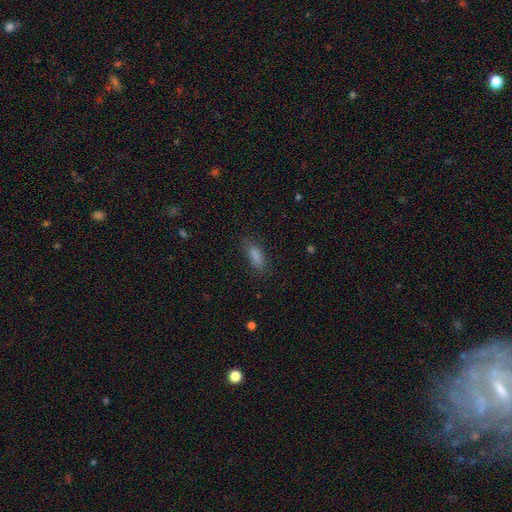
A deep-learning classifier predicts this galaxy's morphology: type=smooth (86%); roundness=in between (76%); merging=none (78%).